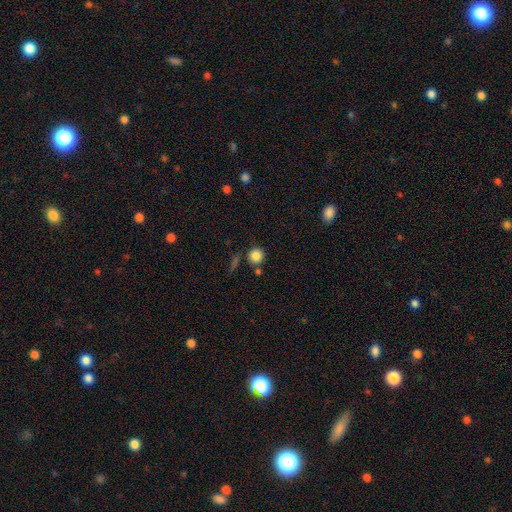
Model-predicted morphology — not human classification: This appears to be a smooth galaxy with no disk features (85%) that is round (93%). Merging: none (75%).